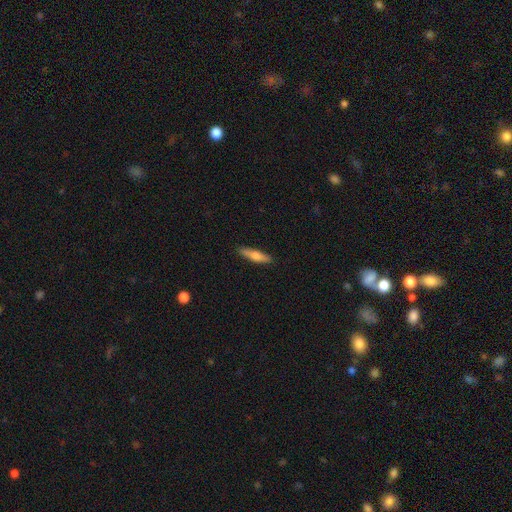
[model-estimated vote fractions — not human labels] smooth-or-featured: smooth: 62% | featured or disk: 33% | star or artifact: 6%
  how-rounded: cigar-shaped: 80% | in between: 19% | round: 2%
  merging: none: 89% | minor disturbance: 8% | major disturbance: 2% | merger: 1%